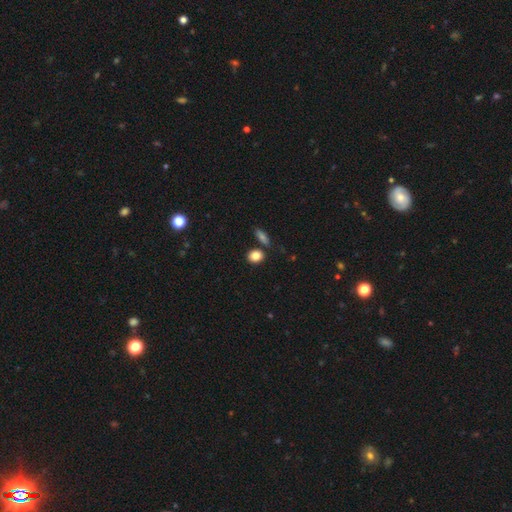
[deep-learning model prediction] Smooth or featured?
  - smooth: 84% *
  - star or artifact: 9%
  - featured or disk: 7%
How rounded?
  - round: 52% *
  - in between: 46%
  - cigar-shaped: 2%
Merging?
  - none: 76% *
  - minor disturbance: 11%
  - merger: 10%
  - major disturbance: 3%